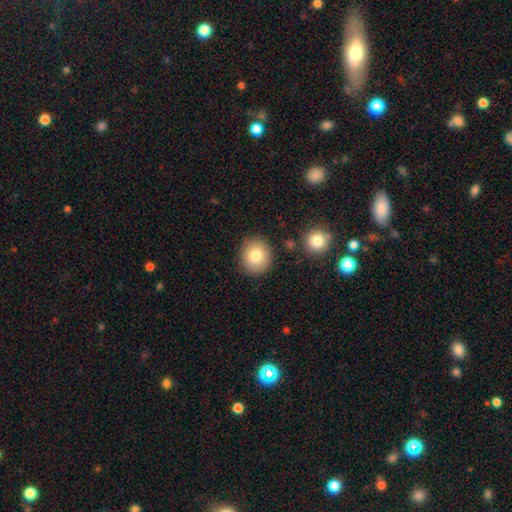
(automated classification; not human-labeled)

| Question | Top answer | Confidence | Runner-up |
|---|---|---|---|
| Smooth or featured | smooth | 80% | featured or disk (11%) |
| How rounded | round | 82% | in between (18%) |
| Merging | none | 86% | minor disturbance (8%) |